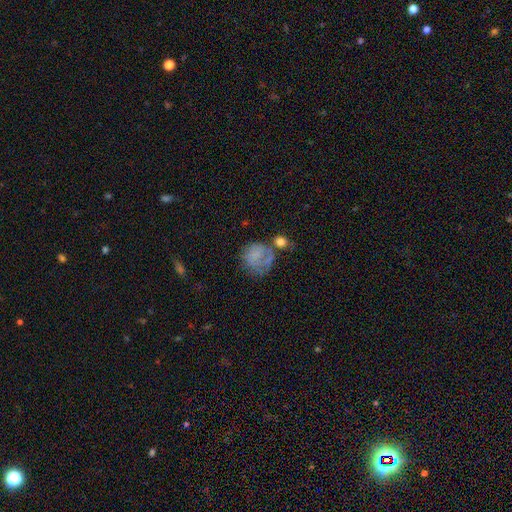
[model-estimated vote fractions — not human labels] smooth-or-featured: smooth: 60% | featured or disk: 29% | star or artifact: 11%
  how-rounded: round: 71% | in between: 28% | cigar-shaped: 1%
  merging: none: 35% | major disturbance: 27% | minor disturbance: 23% | merger: 16%